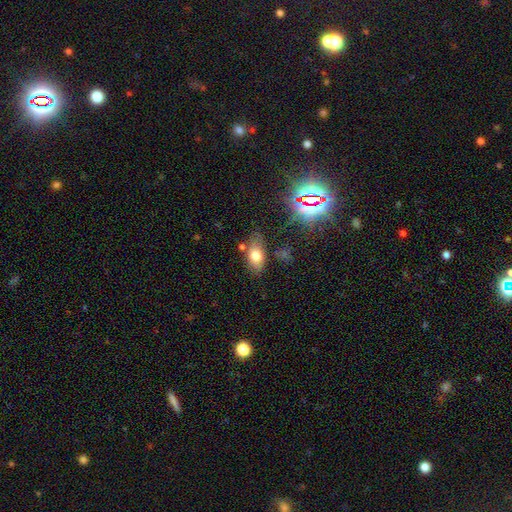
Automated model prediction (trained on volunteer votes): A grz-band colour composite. It shows a smooth galaxy with no disk features (70%) that is in between round and cigar-shaped (86%). Merging: none (69%).